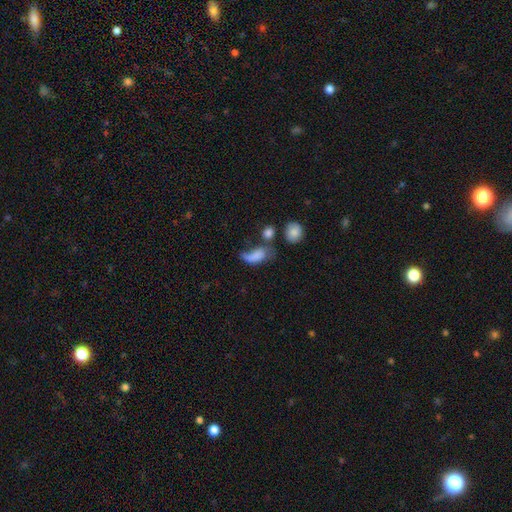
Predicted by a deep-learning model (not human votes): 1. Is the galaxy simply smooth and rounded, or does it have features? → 66% smooth, 24% featured or disk, 11% star or artifact.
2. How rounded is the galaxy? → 83% in between, 9% round, 8% cigar-shaped.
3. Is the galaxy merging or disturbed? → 35% major disturbance, 25% merger, 22% none, 19% minor disturbance.